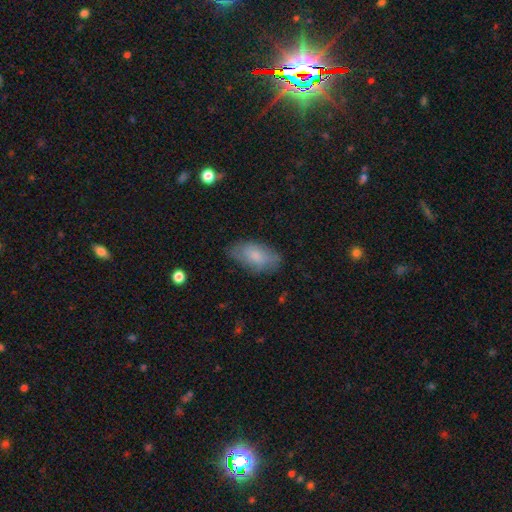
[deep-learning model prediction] Smooth or featured? smooth (75%)
How rounded? in between (92%)
Merging? none (70%)